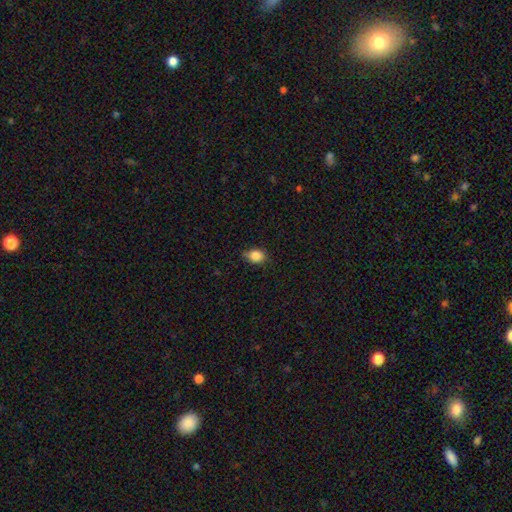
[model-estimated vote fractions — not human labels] Smooth or featured? Predicted: smooth (p=0.86). How rounded? Predicted: in between (p=0.63). Merging? Predicted: none (p=0.76).